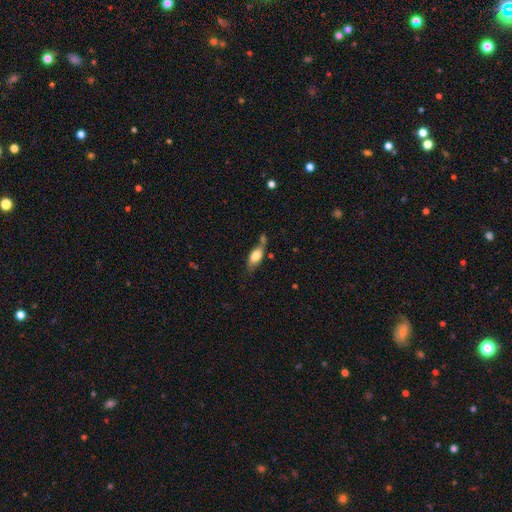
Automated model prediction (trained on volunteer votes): Smooth or featured?
  - smooth: 69% *
  - featured or disk: 24%
  - star or artifact: 8%
How rounded?
  - in between: 76% *
  - cigar-shaped: 19%
  - round: 4%
Merging?
  - none: 45% *
  - minor disturbance: 25%
  - merger: 20%
  - major disturbance: 10%